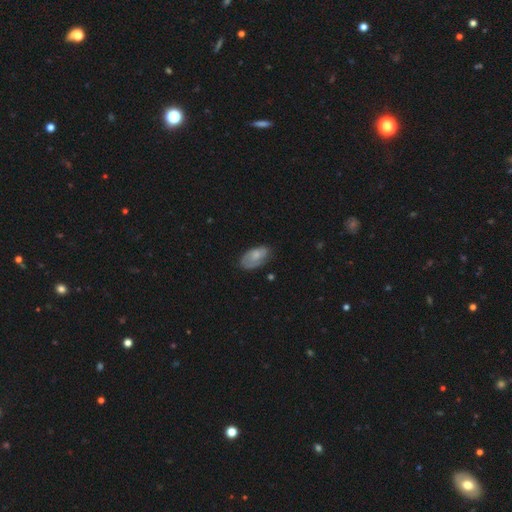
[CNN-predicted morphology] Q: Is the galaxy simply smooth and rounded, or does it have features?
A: smooth — 55%.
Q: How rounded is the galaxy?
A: in between — 92%.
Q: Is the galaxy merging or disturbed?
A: none — 63%.